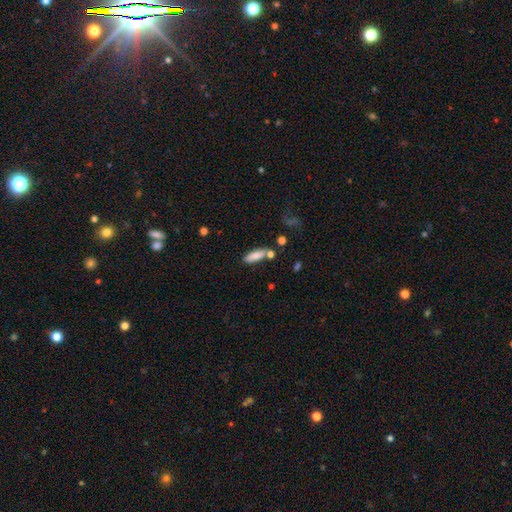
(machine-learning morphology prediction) type=smooth (81%); roundness=in between (56%); merging=none (66%).